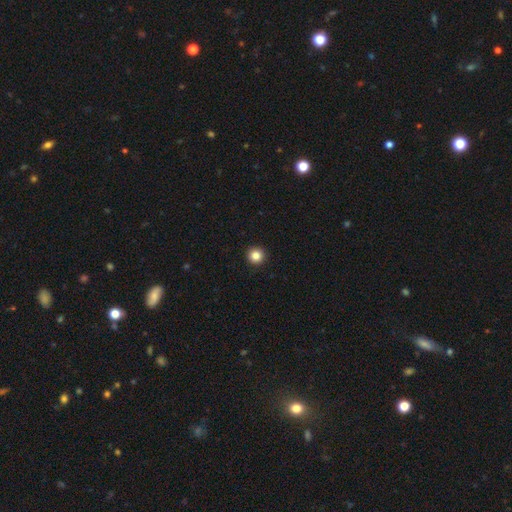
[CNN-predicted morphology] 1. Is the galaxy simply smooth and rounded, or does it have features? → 85% smooth, 11% star or artifact, 5% featured or disk.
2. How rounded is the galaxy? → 96% round, 3% in between, 1% cigar-shaped.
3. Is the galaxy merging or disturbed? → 94% none, 4% minor disturbance, 1% major disturbance, 1% merger.